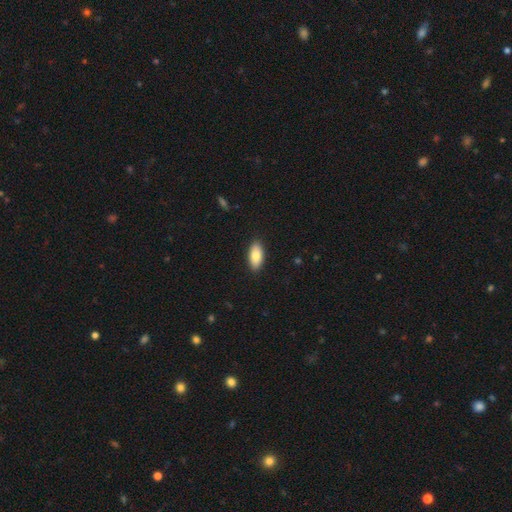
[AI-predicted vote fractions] smooth 83%, featured or disk 11%, star or artifact 6%. Down the decision tree: how rounded — in between (89%); merging — none (90%).